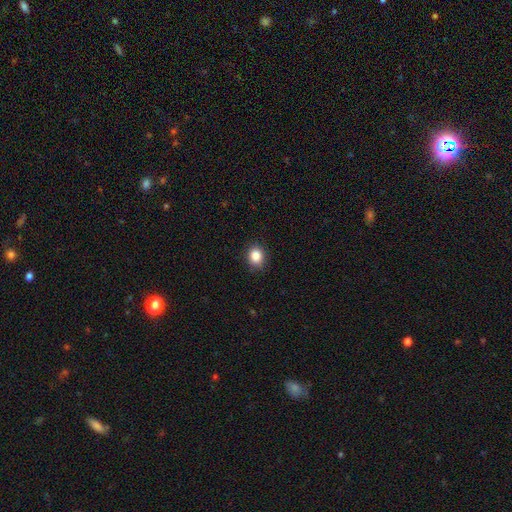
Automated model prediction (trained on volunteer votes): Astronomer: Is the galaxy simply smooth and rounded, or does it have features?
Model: smooth — 86%.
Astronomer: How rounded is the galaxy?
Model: round — 62%.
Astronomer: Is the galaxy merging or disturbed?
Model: none — 87%.